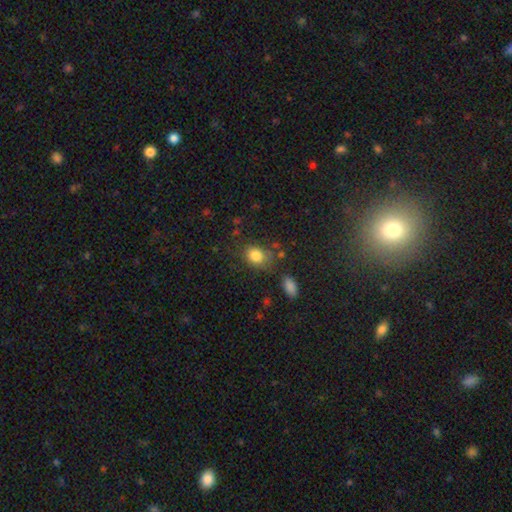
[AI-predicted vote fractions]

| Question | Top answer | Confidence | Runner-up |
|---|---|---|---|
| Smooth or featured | smooth | 82% | star or artifact (10%) |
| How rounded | in between | 57% | round (42%) |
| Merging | none | 68% | minor disturbance (19%) |